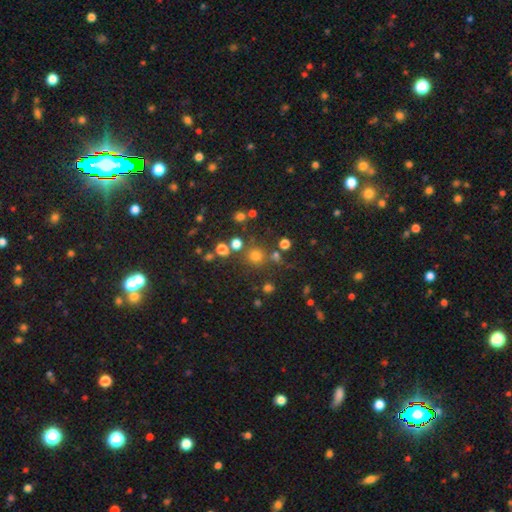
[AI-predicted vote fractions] Smooth or featured? Predicted: smooth (p=0.65). How rounded? Predicted: round (p=0.92). Merging? Predicted: none (p=0.78).